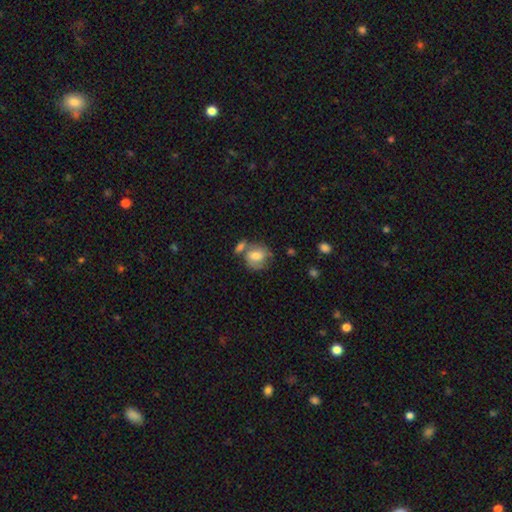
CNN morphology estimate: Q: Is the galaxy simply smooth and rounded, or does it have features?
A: smooth — 68%.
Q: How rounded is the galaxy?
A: round — 66%.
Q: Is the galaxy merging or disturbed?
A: none — 45%.